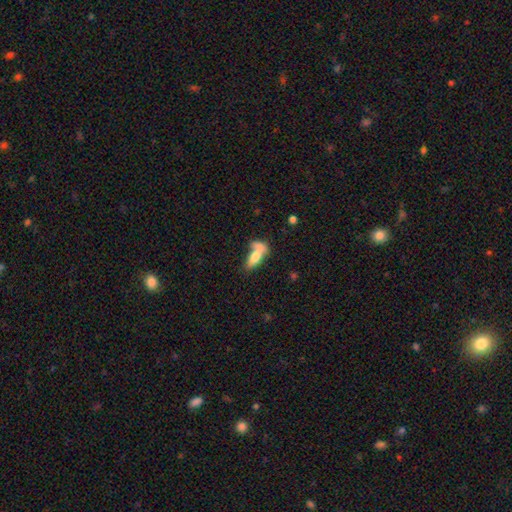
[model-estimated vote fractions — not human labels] Smooth or featured: smooth — 69% (featured or disk — 23%)
How rounded: in between — 69% (cigar-shaped — 26%)
Merging: merger — 55% (none — 25%)